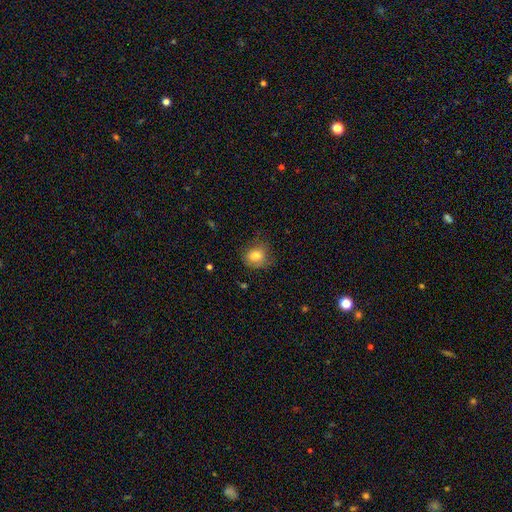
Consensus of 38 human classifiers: Smooth or featured?
  - smooth: 84% *
  - star or artifact: 11%
  - featured or disk: 5%
How rounded?
  - round: 69% *
  - in between: 31%
  - cigar-shaped: 0%
Merging?
  - none: 71% *
  - minor disturbance: 24%
  - major disturbance: 6%
  - merger: 0%